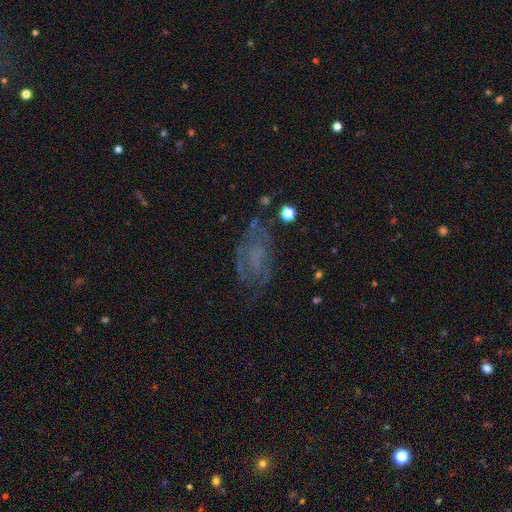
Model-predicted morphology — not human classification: A featured or disk galaxy (53%).

Vote fractions:
- Smooth or featured? featured or disk: 53% / smooth: 27% / star or artifact: 21%
- Edge-on disk? no: 94% / yes: 6%
- Merging? none: 58% / minor disturbance: 20% / major disturbance: 19% / merger: 4%